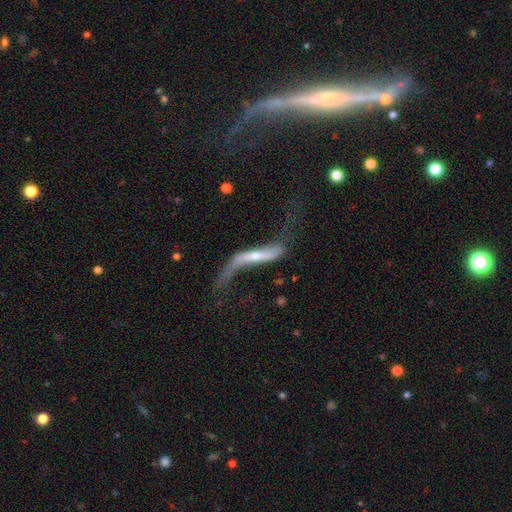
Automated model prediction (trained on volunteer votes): This appears to be a featured or disk galaxy (81%) with a strong bar (43%), spiral arms (87%) and a small central bulge (62%). Merging: none (41%).